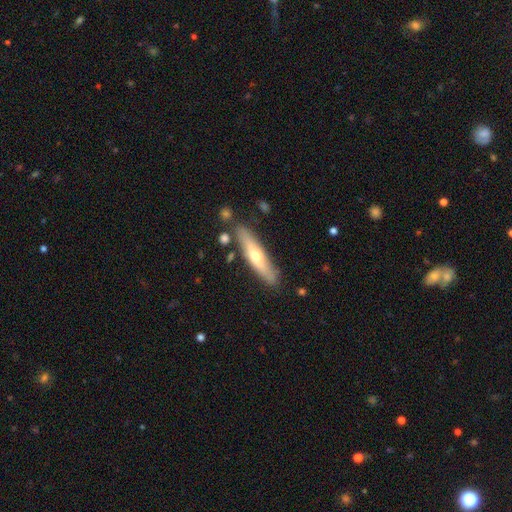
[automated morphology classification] Smooth or featured: featured or disk — 50% (smooth — 45%)
Merging: none — 81% (minor disturbance — 12%)